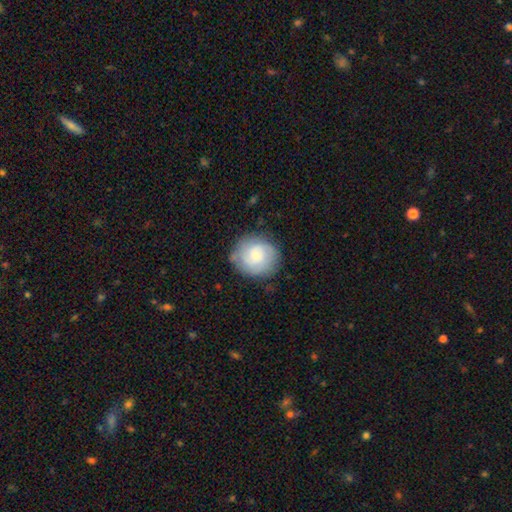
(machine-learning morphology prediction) smooth_or_featured: smooth (p=0.56) [alt: featured or disk p=0.37]
how_rounded: round (p=0.83) [alt: in between p=0.16]
merging: none (p=0.74) [alt: minor disturbance p=0.18]